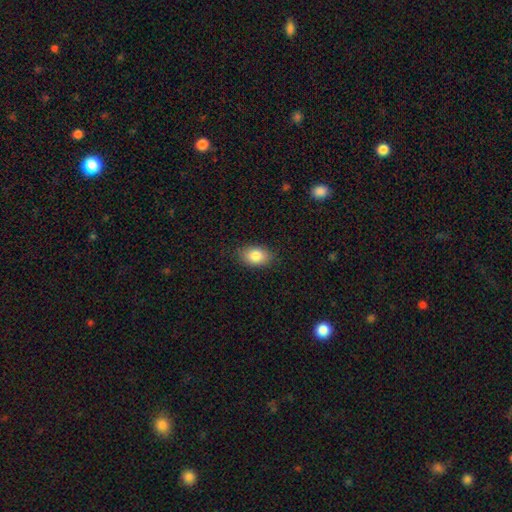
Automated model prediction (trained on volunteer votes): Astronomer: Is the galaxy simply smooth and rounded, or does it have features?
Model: smooth — 85%.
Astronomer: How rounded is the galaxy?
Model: in between — 87%.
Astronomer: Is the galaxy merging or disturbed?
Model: none — 85%.